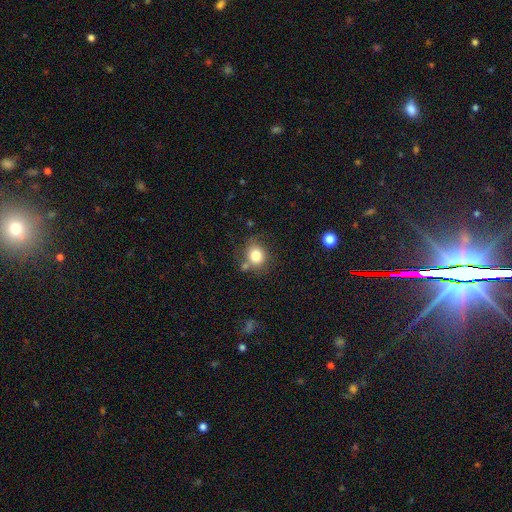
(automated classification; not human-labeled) This appears to be a smooth galaxy with no disk features (80%) that is round (72%). Merging: none (68%).